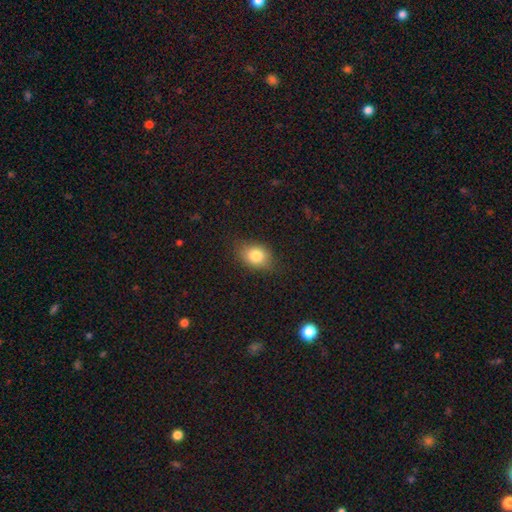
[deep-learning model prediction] A smooth galaxy with no disk features (82%) that is in between round and cigar-shaped (68%).

Vote fractions:
- Smooth or featured? smooth: 82% / star or artifact: 9% / featured or disk: 9%
- How rounded? in between: 68% / round: 30% / cigar-shaped: 1%
- Merging? none: 78% / minor disturbance: 17% / major disturbance: 4% / merger: 1%